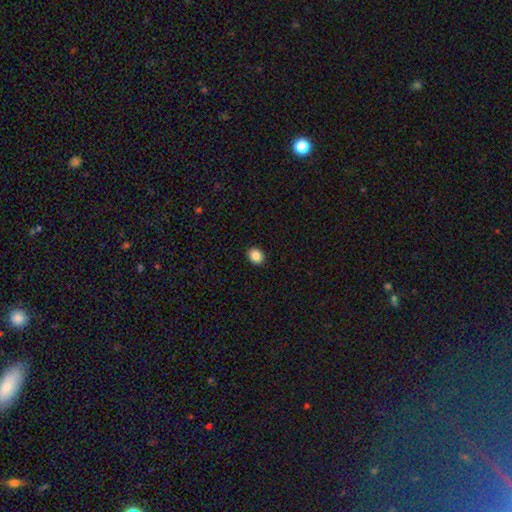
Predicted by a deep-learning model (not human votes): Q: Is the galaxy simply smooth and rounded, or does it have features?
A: smooth — 86%.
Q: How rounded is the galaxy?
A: round — 56%.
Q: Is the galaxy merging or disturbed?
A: none — 92%.